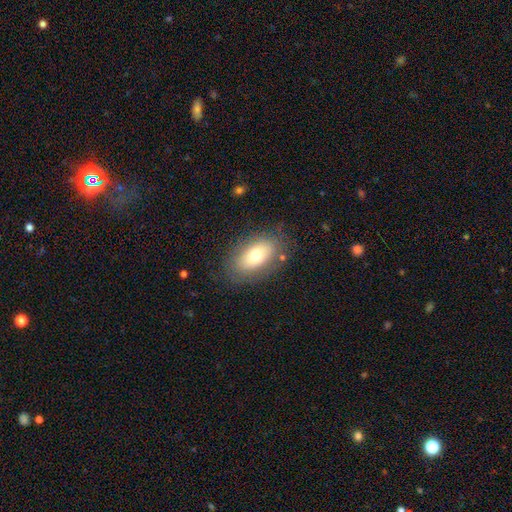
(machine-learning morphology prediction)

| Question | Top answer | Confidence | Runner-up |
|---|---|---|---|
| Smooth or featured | smooth | 70% | featured or disk (21%) |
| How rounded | in between | 90% | round (7%) |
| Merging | none | 79% | minor disturbance (13%) |